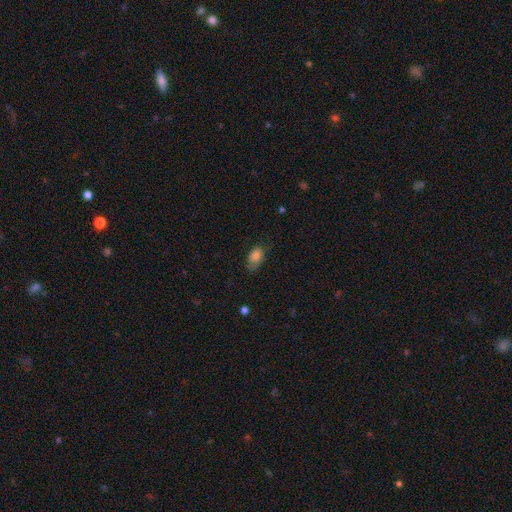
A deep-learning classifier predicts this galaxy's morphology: Smooth or featured?
  - smooth: 81% *
  - featured or disk: 10%
  - star or artifact: 9%
How rounded?
  - in between: 89% *
  - round: 9%
  - cigar-shaped: 2%
Merging?
  - none: 58% *
  - minor disturbance: 30%
  - major disturbance: 10%
  - merger: 1%